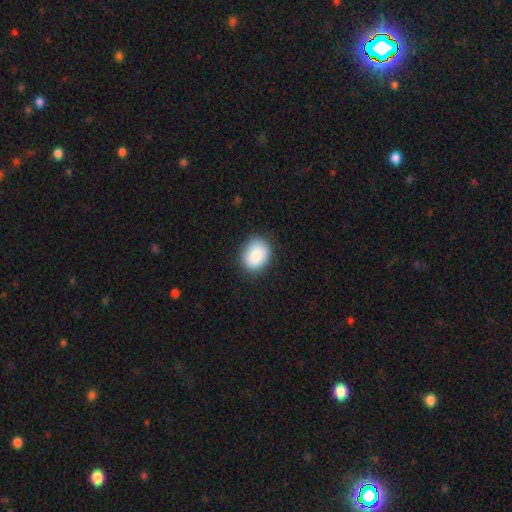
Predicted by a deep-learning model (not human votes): Smooth or featured?
  - smooth: 86% *
  - star or artifact: 7%
  - featured or disk: 7%
How rounded?
  - in between: 51% *
  - round: 48%
  - cigar-shaped: 1%
Merging?
  - none: 84% *
  - minor disturbance: 13%
  - major disturbance: 3%
  - merger: 1%